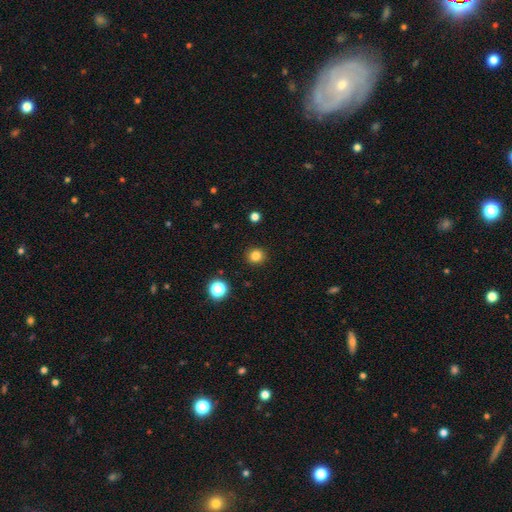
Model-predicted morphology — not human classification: A smooth galaxy with no disk features (82%) that is round (90%).

Vote fractions:
- Smooth or featured? smooth: 82% / star or artifact: 13% / featured or disk: 5%
- How rounded? round: 90% / in between: 9% / cigar-shaped: 1%
- Merging? none: 92% / minor disturbance: 5% / major disturbance: 2% / merger: 1%